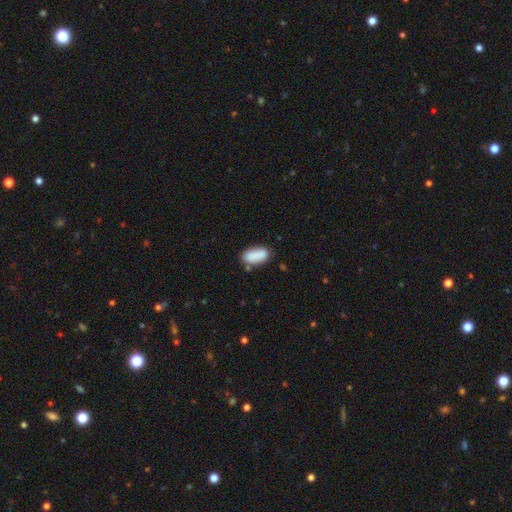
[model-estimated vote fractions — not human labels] smooth-or-featured: smooth: 84% | featured or disk: 8% | star or artifact: 7%
  how-rounded: in between: 90% | cigar-shaped: 7% | round: 3%
  merging: none: 68% | minor disturbance: 18% | merger: 9% | major disturbance: 4%